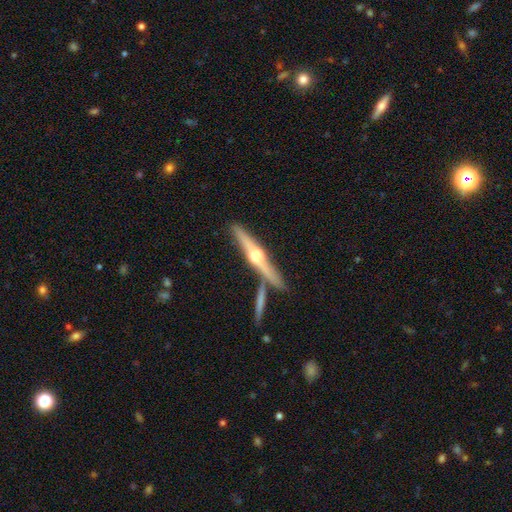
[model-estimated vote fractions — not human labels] Morphology: type=featured or disk (73%); edge-on=yes (97%); edge-on bulge=rounded (94%); merging=none (73%).